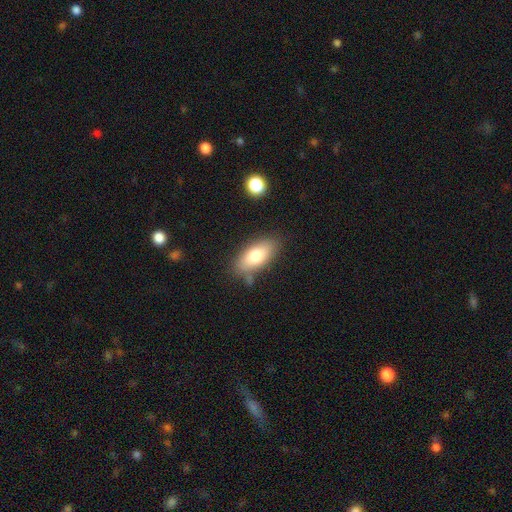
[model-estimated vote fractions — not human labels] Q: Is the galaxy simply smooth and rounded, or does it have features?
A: smooth — 76%.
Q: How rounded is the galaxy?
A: in between — 87%.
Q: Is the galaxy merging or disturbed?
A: none — 76%.